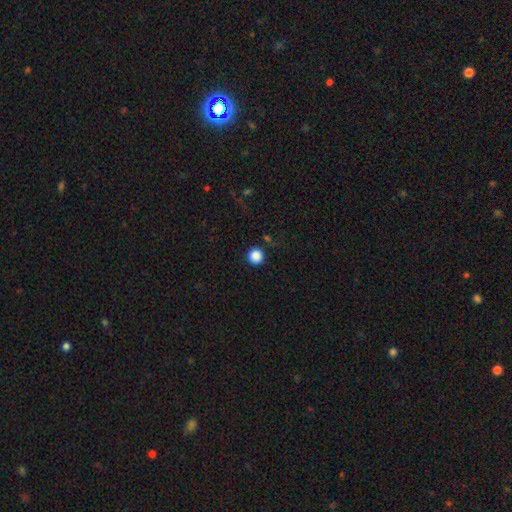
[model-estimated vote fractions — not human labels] This appears to be a smooth galaxy with no disk features (87%) that is round (96%). Merging: none (90%).